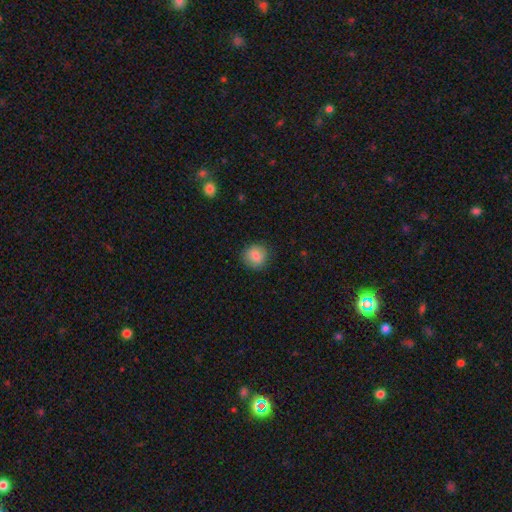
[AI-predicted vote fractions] A smooth galaxy with no disk features (83%) that is round (90%). Merging: none (88%).